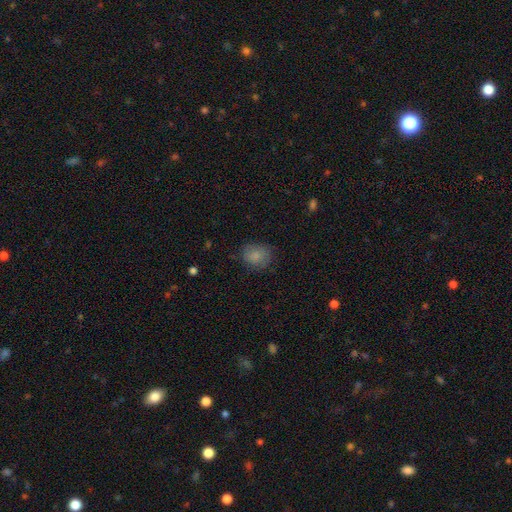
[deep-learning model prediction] The model was most divided on "how rounded": round: 68%, in between: 32%, cigar-shaped: 1%. More confident: smooth or featured — smooth (83%); merging — none (74%).